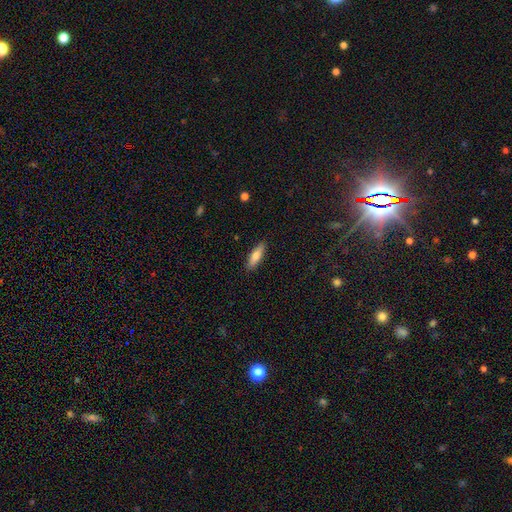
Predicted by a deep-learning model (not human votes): The model was most divided on "how rounded": cigar-shaped: 54%, in between: 45%, round: 2%. More confident: merging — none (89%); smooth or featured — smooth (77%).